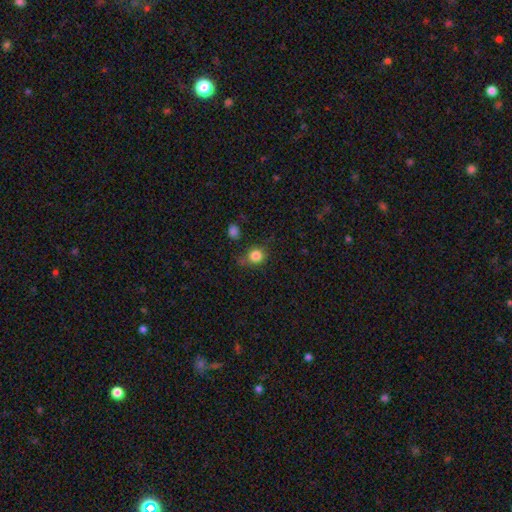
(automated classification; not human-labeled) Overall: smooth (82%). How rounded: round (84%). Merging: none (66%).